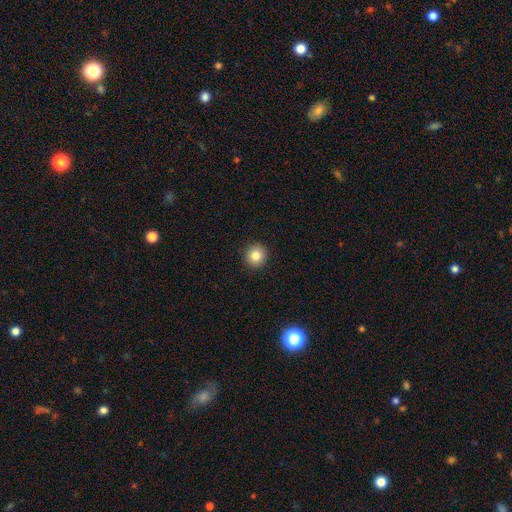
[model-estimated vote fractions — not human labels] smooth 83%, star or artifact 11%, featured or disk 7%. Down the decision tree: how rounded — round (92%); merging — none (93%).